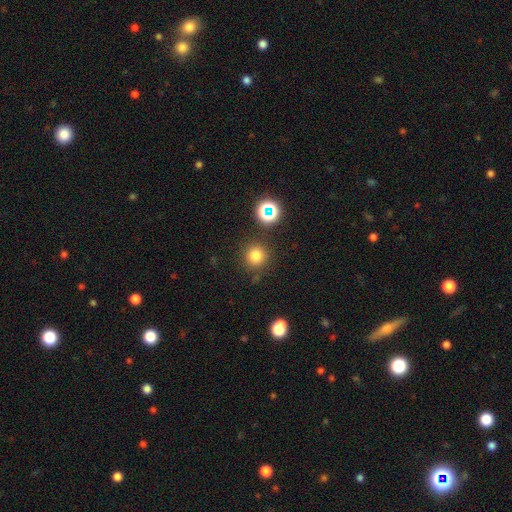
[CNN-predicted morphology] smooth 77%, star or artifact 17%, featured or disk 6%. Down the decision tree: how rounded — round (94%); merging — none (85%).